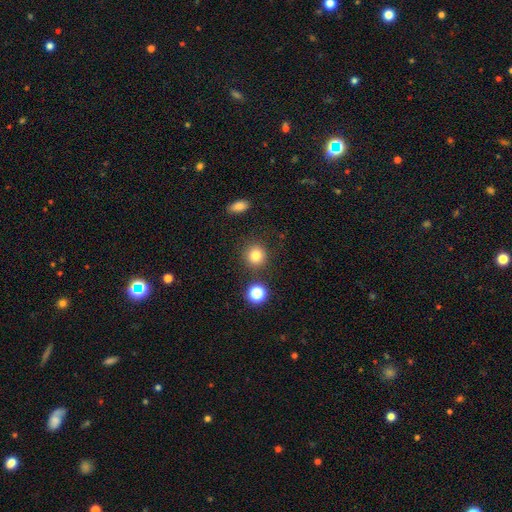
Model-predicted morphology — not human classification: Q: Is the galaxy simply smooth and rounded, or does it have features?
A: smooth — 81%.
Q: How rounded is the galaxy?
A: round — 90%.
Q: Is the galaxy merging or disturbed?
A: none — 84%.